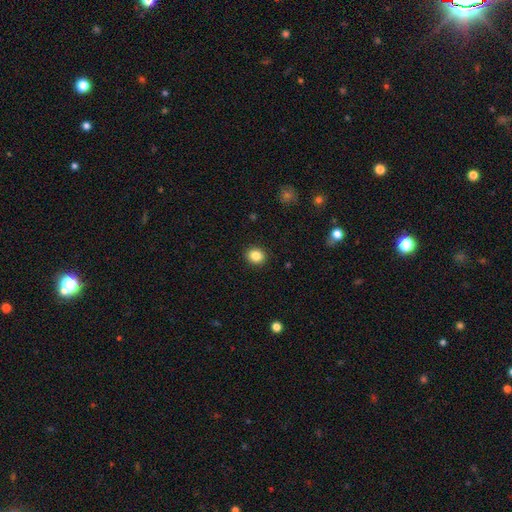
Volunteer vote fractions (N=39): Volunteers were most divided on "how rounded": round: 51%, in between: 49%, cigar-shaped: 0%. More confident: smooth or featured — smooth (90%); merging — none (80%).